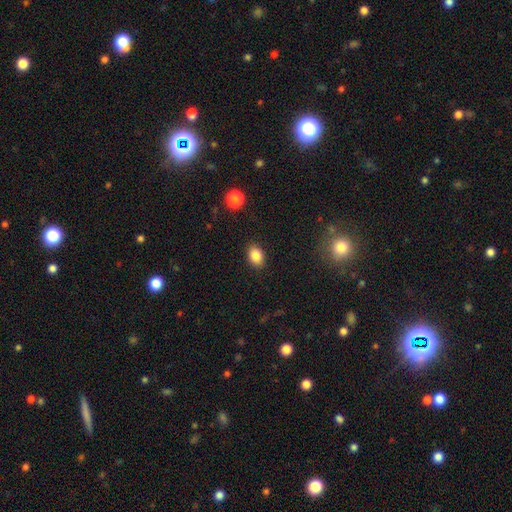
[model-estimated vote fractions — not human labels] Overall: smooth (85%). How rounded: in between (76%). Merging: none (88%).